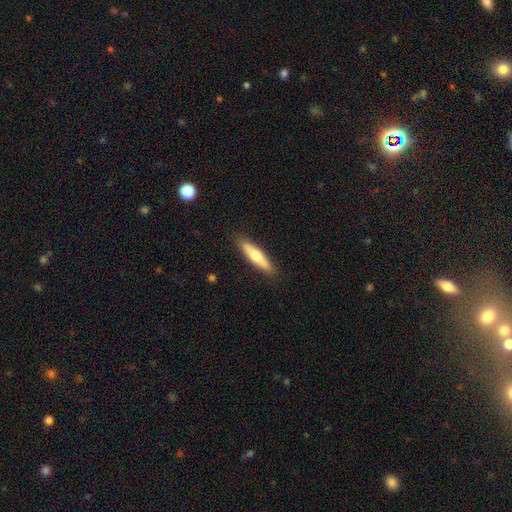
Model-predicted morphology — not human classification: Smooth or featured: smooth — 54% (featured or disk — 41%)
How rounded: cigar-shaped — 74% (in between — 24%)
Merging: none — 88% (minor disturbance — 9%)